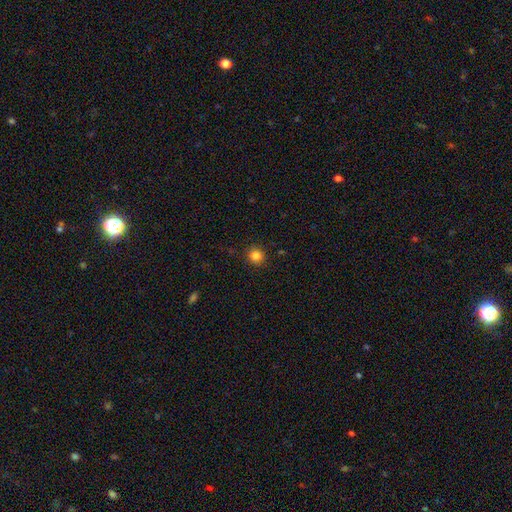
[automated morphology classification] Q: Smooth or featured?
A: smooth (84%); runner-up: star or artifact (12%)
Q: How rounded?
A: round (90%); runner-up: in between (10%)
Q: Merging?
A: none (91%); runner-up: minor disturbance (6%)